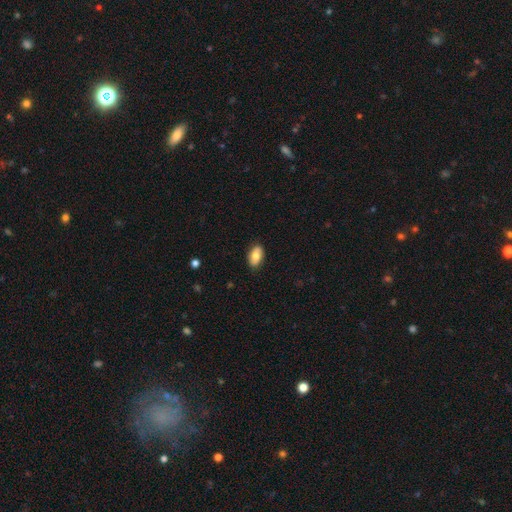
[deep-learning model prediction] smooth-or-featured: smooth: 78% | featured or disk: 15% | star or artifact: 7%
  how-rounded: in between: 93% | round: 5% | cigar-shaped: 2%
  merging: none: 85% | minor disturbance: 12% | major disturbance: 2% | merger: 1%